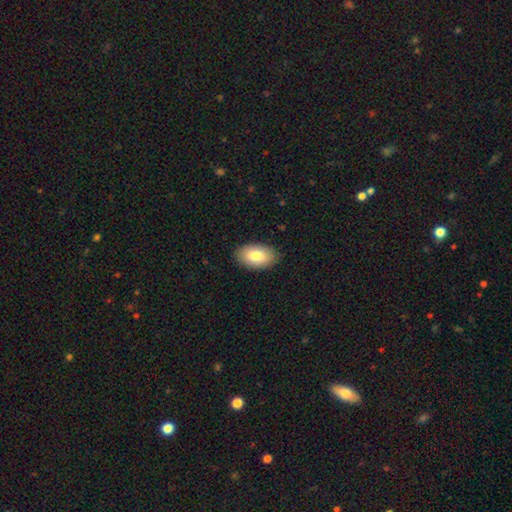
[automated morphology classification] smooth 81%, featured or disk 13%, star or artifact 6%. Down the decision tree: how rounded — in between (94%); merging — none (87%).